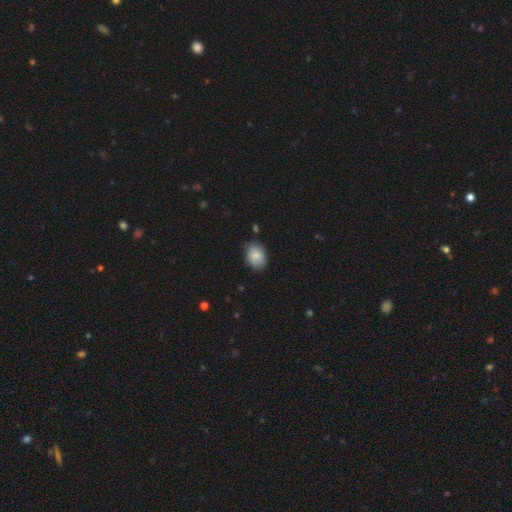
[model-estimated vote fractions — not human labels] Smooth or featured: smooth — 83% (featured or disk — 9%)
How rounded: in between — 71% (round — 28%)
Merging: none — 71% (minor disturbance — 23%)